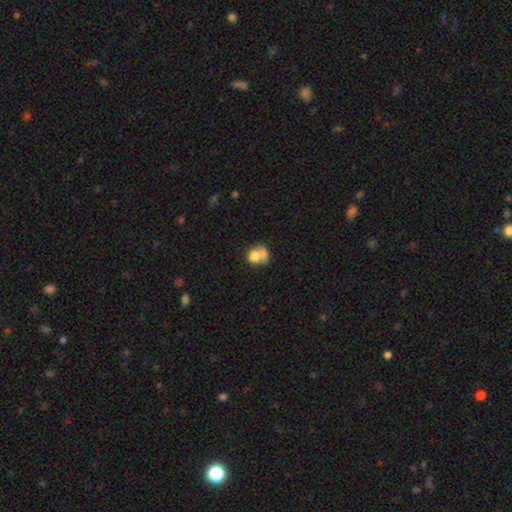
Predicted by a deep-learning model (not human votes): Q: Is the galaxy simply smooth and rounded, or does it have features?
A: smooth — 71%.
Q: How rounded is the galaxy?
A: round — 57%.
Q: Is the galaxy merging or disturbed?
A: merger — 56%.